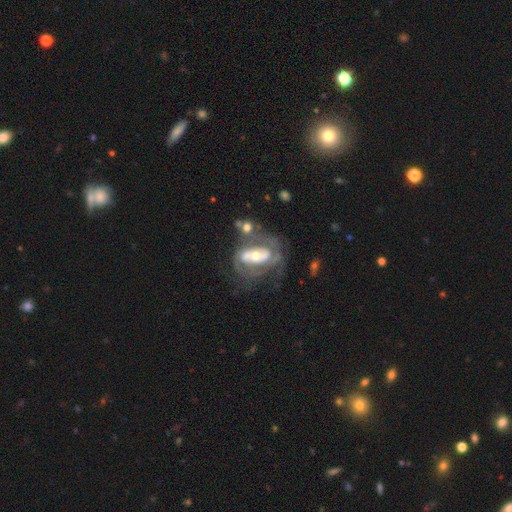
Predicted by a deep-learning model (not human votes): Smooth or featured? Predicted: featured or disk (p=0.79). Edge-on disk? Predicted: no (p=0.95). Bar? Predicted: no (p=0.44). Spiral arms? Predicted: yes (p=0.65). Bulge size? Predicted: moderate (p=0.60). Merging? Predicted: none (p=0.35).